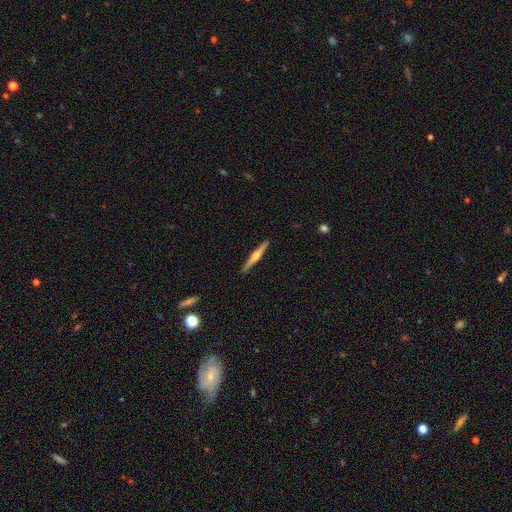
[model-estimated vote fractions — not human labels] smooth_or_featured: featured or disk (p=0.68) [alt: smooth p=0.27]
disk_edge_on: yes (p=0.98) [alt: no p=0.02]
edge_on_bulge: rounded (p=0.84) [alt: boxy p=0.09]
merging: none (p=0.92) [alt: minor disturbance p=0.06]